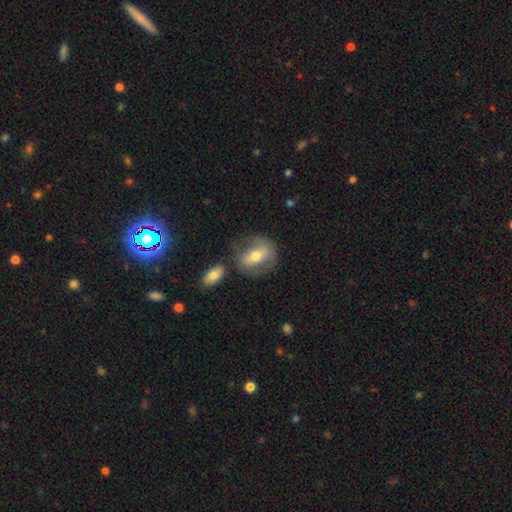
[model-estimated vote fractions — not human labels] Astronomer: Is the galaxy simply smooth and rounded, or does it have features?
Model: featured or disk — 49% (runner-up: smooth, 42%).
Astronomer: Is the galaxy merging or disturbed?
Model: none — 63%.